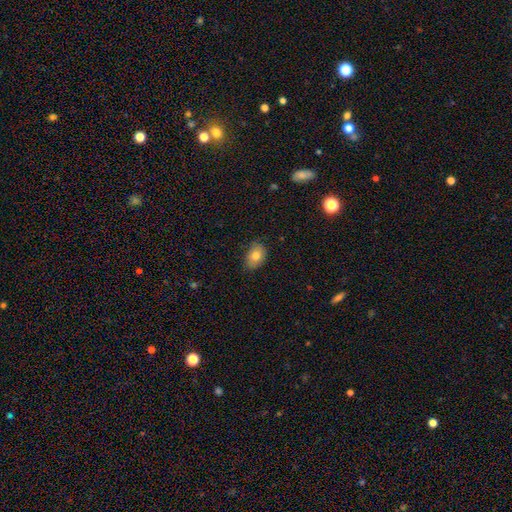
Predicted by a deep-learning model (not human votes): smooth_or_featured: smooth (p=0.77) [alt: featured or disk p=0.14]
how_rounded: in between (p=0.77) [alt: round p=0.22]
merging: none (p=0.79) [alt: minor disturbance p=0.17]